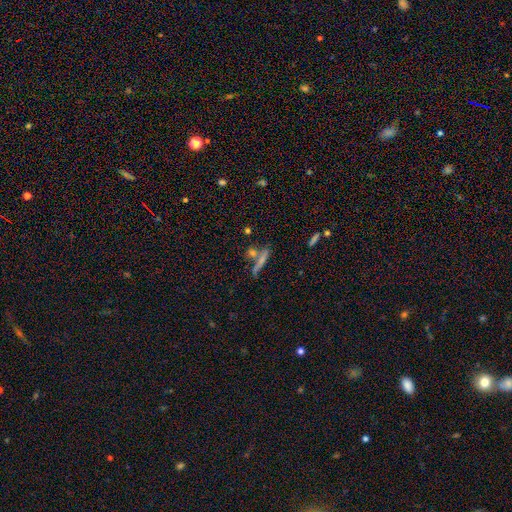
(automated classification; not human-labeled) Smooth or featured? Predicted: smooth (p=0.54). How rounded? Predicted: cigar-shaped (p=0.77). Merging? Predicted: none (p=0.65).